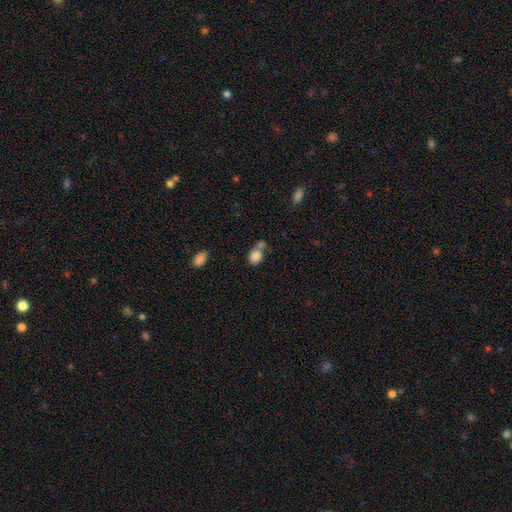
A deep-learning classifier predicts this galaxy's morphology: smooth-or-featured: smooth: 84% | star or artifact: 9% | featured or disk: 6%
  how-rounded: in between: 51% | round: 47% | cigar-shaped: 1%
  merging: none: 43% | merger: 40% | minor disturbance: 12% | major disturbance: 5%